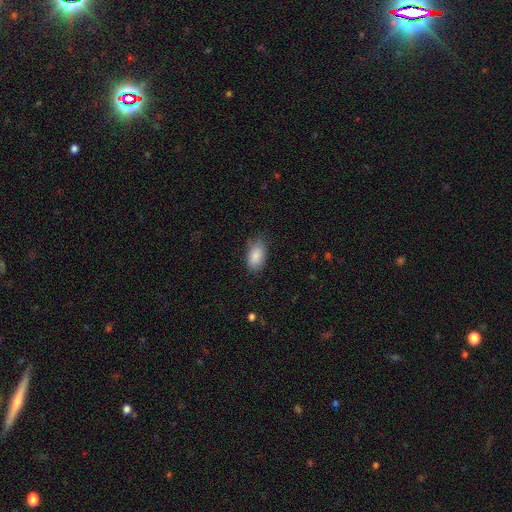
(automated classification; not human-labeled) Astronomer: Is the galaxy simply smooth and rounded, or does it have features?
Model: smooth — 88%.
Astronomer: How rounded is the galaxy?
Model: in between — 93%.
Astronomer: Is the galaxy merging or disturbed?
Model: none — 74%.